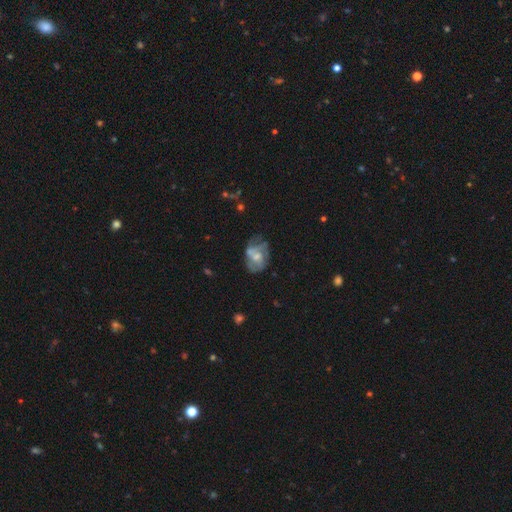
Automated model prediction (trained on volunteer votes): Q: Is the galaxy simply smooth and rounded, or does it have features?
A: featured or disk — 54%.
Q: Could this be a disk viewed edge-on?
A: no — 97%.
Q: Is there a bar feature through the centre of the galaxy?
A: no — 76%.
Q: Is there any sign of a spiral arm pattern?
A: no — 64%.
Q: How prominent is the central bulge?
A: moderate — 51%.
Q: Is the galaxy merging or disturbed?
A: none — 36%.